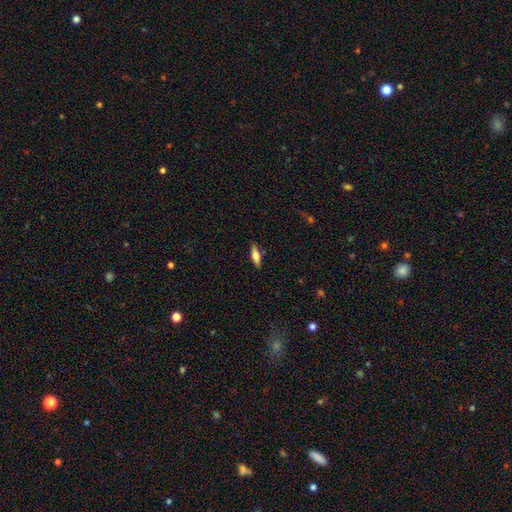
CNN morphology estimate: smooth 62%, featured or disk 31%, star or artifact 7%. Down the decision tree: how rounded — cigar-shaped (50%); merging — none (86%).